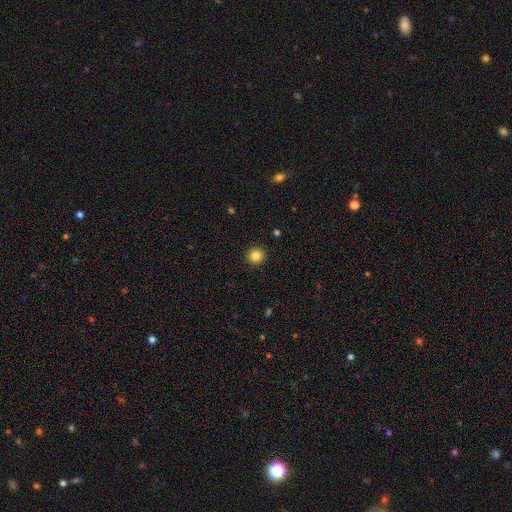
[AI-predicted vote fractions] Smooth or featured? Predicted: smooth (p=0.83). How rounded? Predicted: round (p=0.96). Merging? Predicted: none (p=0.93).